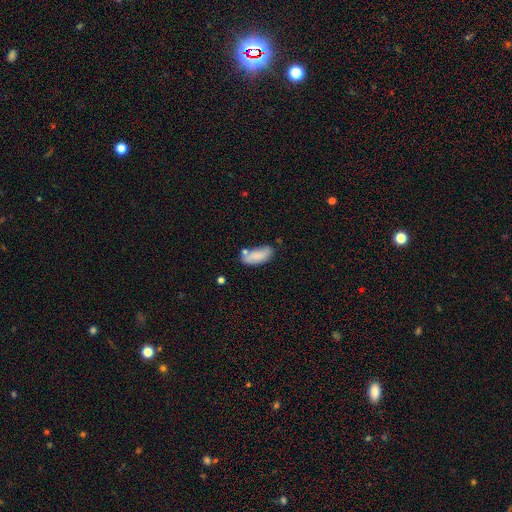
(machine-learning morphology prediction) type=smooth (81%); roundness=in between (85%); merging=none (58%).